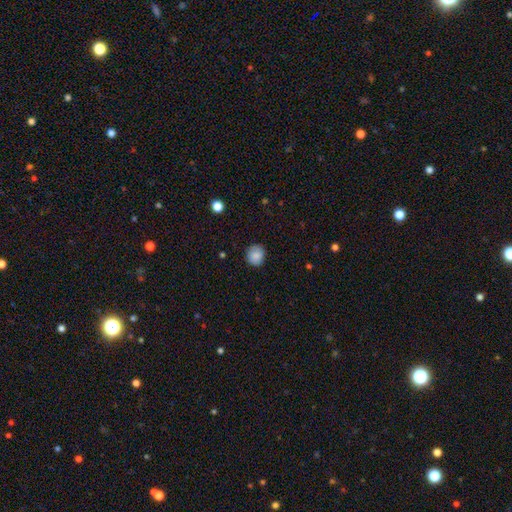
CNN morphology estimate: smooth-or-featured: smooth: 86% | star or artifact: 8% | featured or disk: 5%
  how-rounded: round: 83% | in between: 17% | cigar-shaped: 1%
  merging: none: 87% | minor disturbance: 10% | major disturbance: 2% | merger: 1%